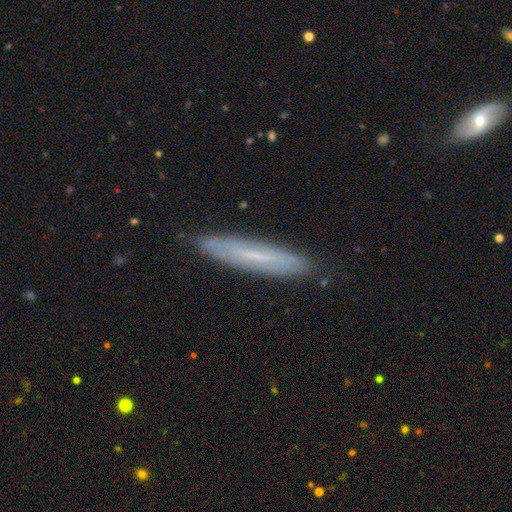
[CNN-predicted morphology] This appears to be a smooth galaxy with no disk features (46%, tied with featured or disk). Merging: none (84%).